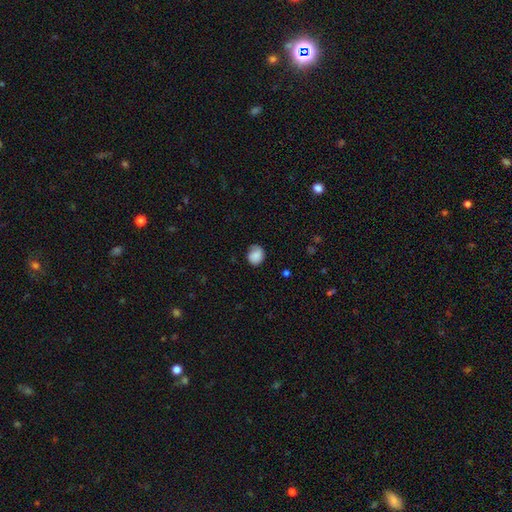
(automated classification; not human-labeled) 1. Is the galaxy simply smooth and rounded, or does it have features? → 82% smooth, 10% featured or disk, 8% star or artifact.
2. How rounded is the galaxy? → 66% round, 33% in between, 1% cigar-shaped.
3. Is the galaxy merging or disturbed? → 67% none, 25% minor disturbance, 7% major disturbance, 1% merger.